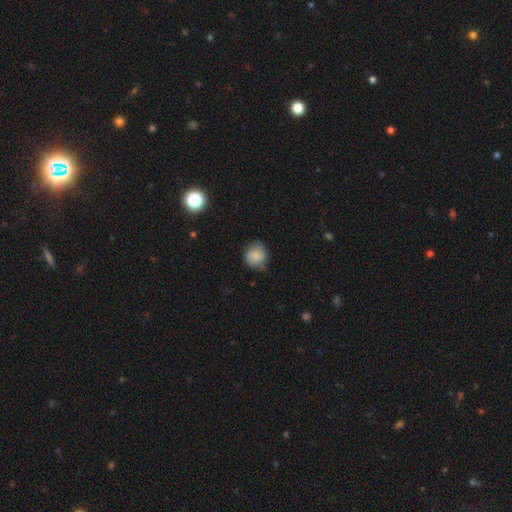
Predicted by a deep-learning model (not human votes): smooth 84%, star or artifact 8%, featured or disk 8%. Down the decision tree: how rounded — round (86%); merging — none (74%).